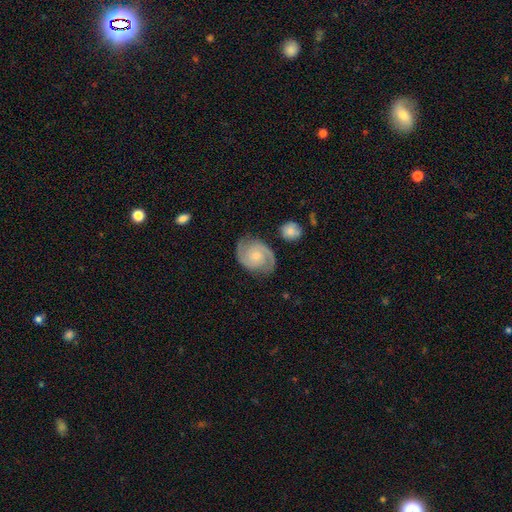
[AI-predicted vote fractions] smooth-or-featured: featured or disk: 86% | smooth: 9% | star or artifact: 5%
  disk-edge-on: no: 98% | yes: 2%
    bar: no: 67% | weak: 28% | strong: 5%
    has-spiral-arms: yes: 97% | no: 3%
      spiral-winding: medium: 48% | tight: 42% | loose: 10%
      spiral-arm-count: 2: 92% | can't tell: 3% | 3: 2% | 1: 1% | 4: 1% | more than 4: 1%
    bulge-size: small: 57% | moderate: 34% | none: 5% | large: 3% | dominant: 1%
  merging: none: 80% | minor disturbance: 13% | major disturbance: 4% | merger: 3%